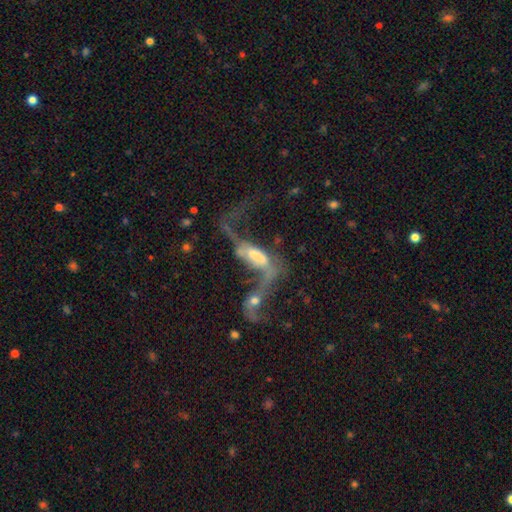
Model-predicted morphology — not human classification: Smooth or featured? featured or disk (70%)
Edge-on disk? no (86%)
Bar? no (43%)
Spiral arms? yes (72%)
Bulge size? moderate (41%)
Merging? merger (60%)